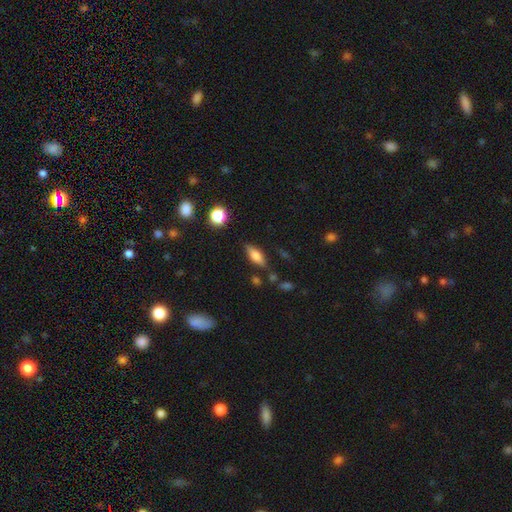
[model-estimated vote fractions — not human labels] smooth_or_featured: smooth (p=0.58) [alt: featured or disk p=0.33]
how_rounded: in between (p=0.69) [alt: cigar-shaped p=0.26]
merging: none (p=0.78) [alt: minor disturbance p=0.15]